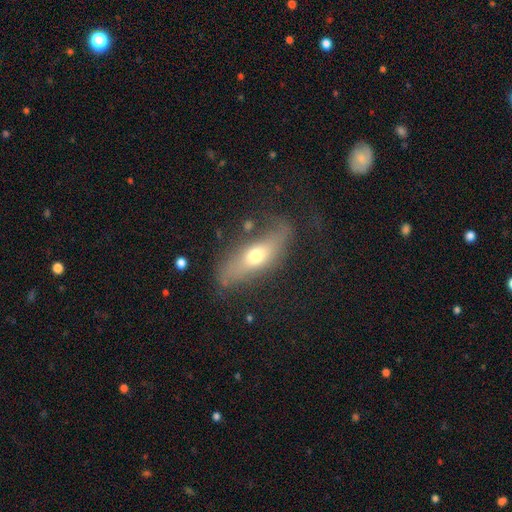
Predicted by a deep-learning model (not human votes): Smooth or featured: smooth — 48% (featured or disk — 44%)
Merging: none — 61% (minor disturbance — 23%)